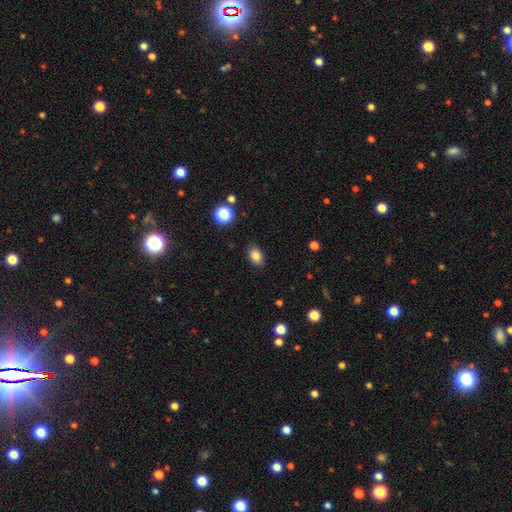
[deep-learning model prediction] Smooth or featured? Predicted: smooth (p=0.85). How rounded? Predicted: in between (p=0.79). Merging? Predicted: none (p=0.87).